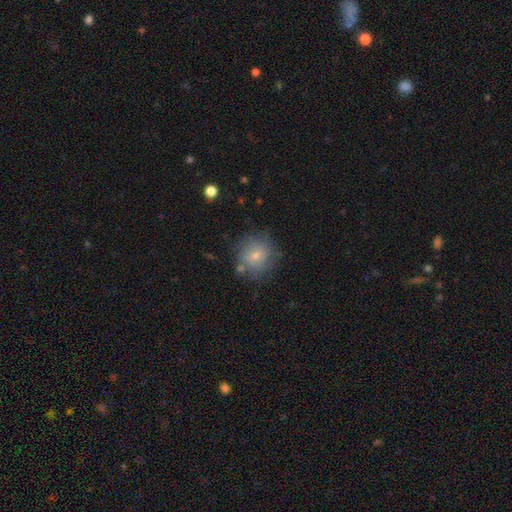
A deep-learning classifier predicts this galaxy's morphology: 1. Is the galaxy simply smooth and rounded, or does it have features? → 64% smooth, 26% featured or disk, 10% star or artifact.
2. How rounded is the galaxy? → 86% round, 13% in between, 1% cigar-shaped.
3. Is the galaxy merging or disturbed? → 68% none, 18% minor disturbance, 7% major disturbance, 7% merger.